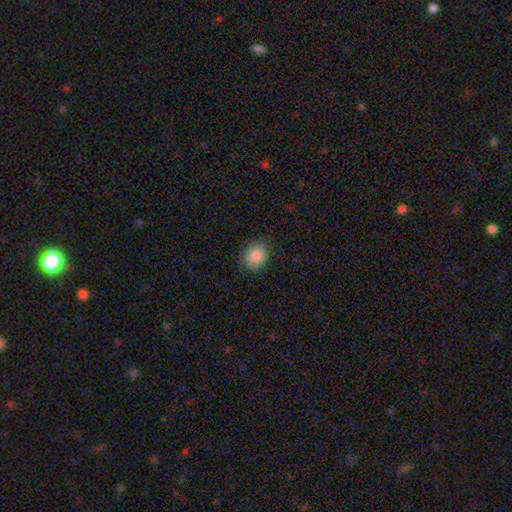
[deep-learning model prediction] smooth 87%, star or artifact 8%, featured or disk 5%. Down the decision tree: how rounded — round (52%); merging — none (84%).